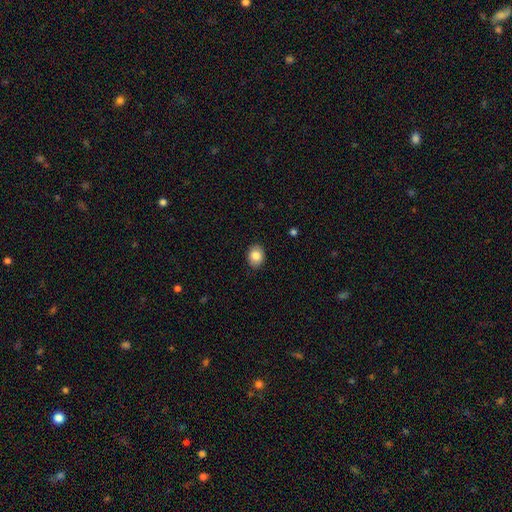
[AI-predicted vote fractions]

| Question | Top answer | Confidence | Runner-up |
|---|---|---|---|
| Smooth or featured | smooth | 85% | star or artifact (8%) |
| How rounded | in between | 56% | round (43%) |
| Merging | none | 89% | minor disturbance (8%) |